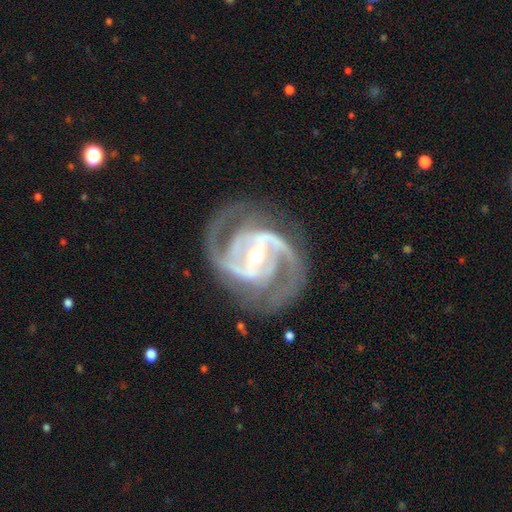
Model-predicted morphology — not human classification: This appears to be a featured or disk galaxy (93%) with a strong bar (60%), 2 (78%) medium (58%) spiral arms (98%) and a moderate central bulge (54%). Merging: none (76%).